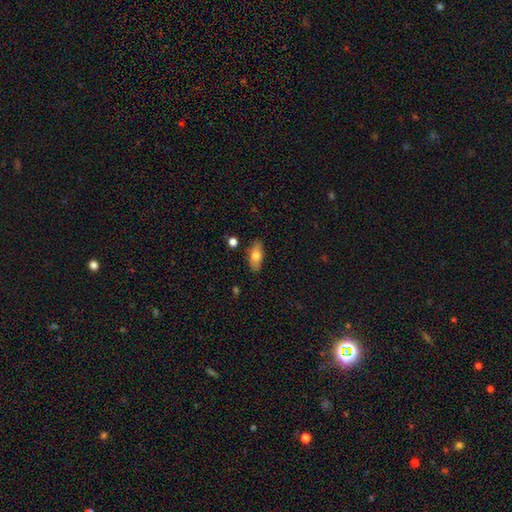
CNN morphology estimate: smooth_or_featured: smooth (p=0.73) [alt: featured or disk p=0.20]
how_rounded: in between (p=0.85) [alt: cigar-shaped p=0.12]
merging: none (p=0.85) [alt: minor disturbance p=0.11]